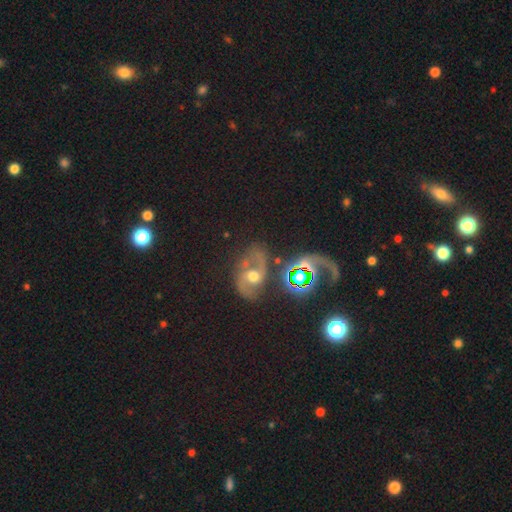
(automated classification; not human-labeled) featured or disk 64%, star or artifact 18%, smooth 18%. Down the decision tree: edge-on disk — no (95%); bar — no (58%); spiral arms — yes (79%); bulge size — moderate (70%); merging — none (58%).